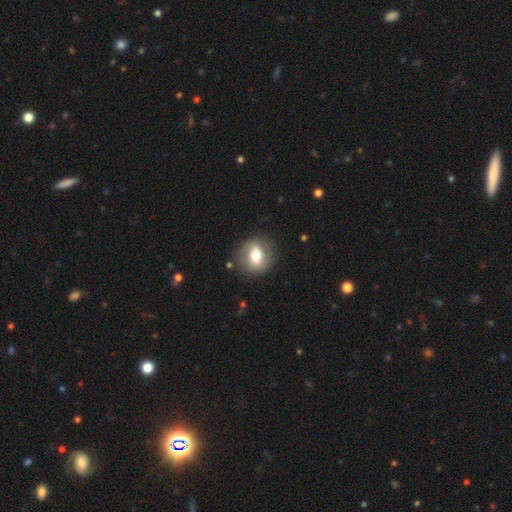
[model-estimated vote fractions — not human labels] Smooth or featured? Predicted: smooth (p=0.51). How rounded? Predicted: round (p=0.74). Merging? Predicted: none (p=0.82).